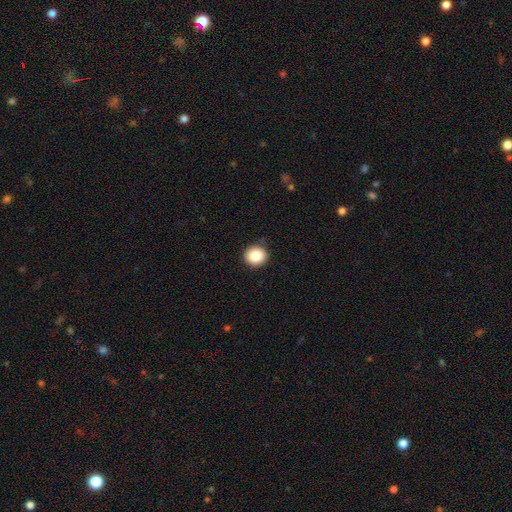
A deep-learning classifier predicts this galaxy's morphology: Smooth or featured: smooth — 88% (star or artifact — 9%)
How rounded: round — 84% (in between — 15%)
Merging: none — 88% (minor disturbance — 8%)